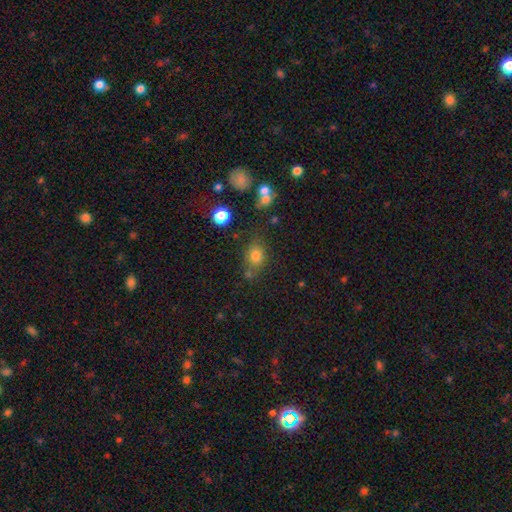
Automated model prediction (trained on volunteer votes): smooth-or-featured: smooth: 76% | star or artifact: 15% | featured or disk: 10%
  how-rounded: in between: 56% | round: 42% | cigar-shaped: 2%
  merging: none: 62% | minor disturbance: 18% | merger: 12% | major disturbance: 7%